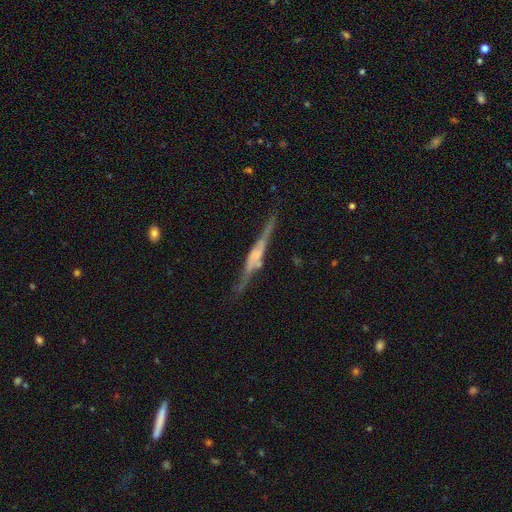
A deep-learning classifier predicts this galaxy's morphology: Smooth or featured?
  - featured or disk: 77% *
  - smooth: 16%
  - star or artifact: 7%
Edge-on disk?
  - yes: 96% *
  - no: 4%
Edge-on bulge?
  - boxy: 44% *
  - rounded: 43%
  - none: 14%
Merging?
  - none: 77% *
  - minor disturbance: 15%
  - major disturbance: 4%
  - merger: 4%